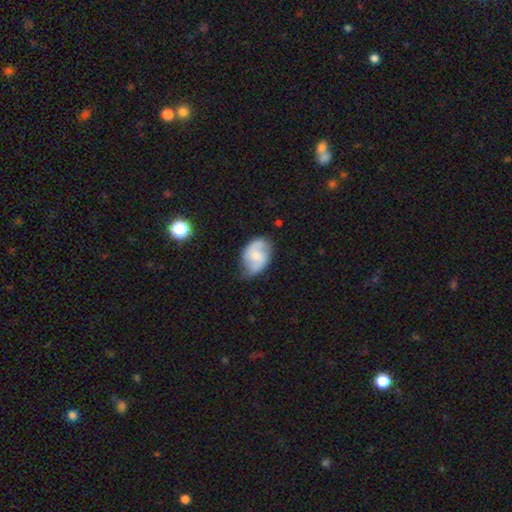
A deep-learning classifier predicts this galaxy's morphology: smooth_or_featured: featured or disk (p=0.56) [alt: smooth p=0.37]
disk_edge_on: no (p=0.97) [alt: yes p=0.03]
bar: no (p=0.53) [alt: weak p=0.39]
has_spiral_arms: yes (p=0.82) [alt: no p=0.18]
bulge_size: moderate (p=0.47) [alt: small p=0.43]
merging: none (p=0.56) [alt: minor disturbance p=0.33]